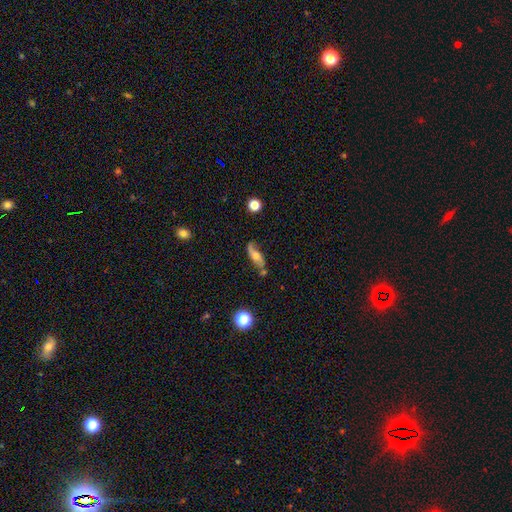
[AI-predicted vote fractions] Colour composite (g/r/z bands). It shows a featured or disk galaxy (61%). Merging: none (59%).